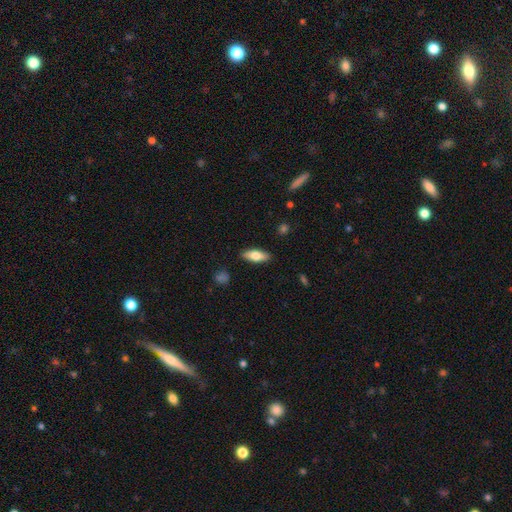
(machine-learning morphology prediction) Smooth or featured? Predicted: smooth (p=0.69). How rounded? Predicted: in between (p=0.70). Merging? Predicted: none (p=0.88).